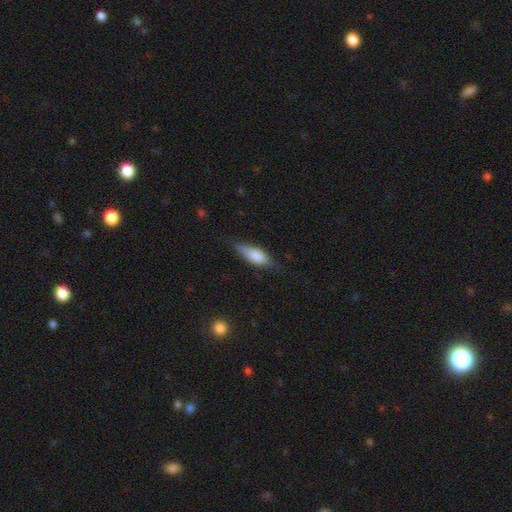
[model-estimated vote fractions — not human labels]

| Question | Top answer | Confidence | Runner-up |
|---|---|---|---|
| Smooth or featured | smooth | 75% | featured or disk (19%) |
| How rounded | in between | 69% | cigar-shaped (28%) |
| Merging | none | 69% | minor disturbance (23%) |